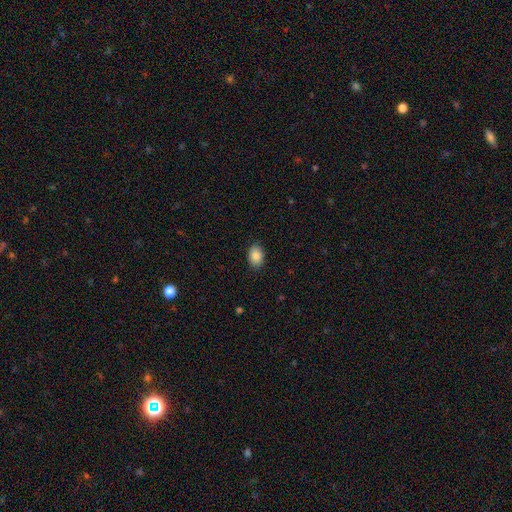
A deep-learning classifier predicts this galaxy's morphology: This appears to be a smooth galaxy with no disk features (86%) that is in between round and cigar-shaped (81%). Merging: none (88%).